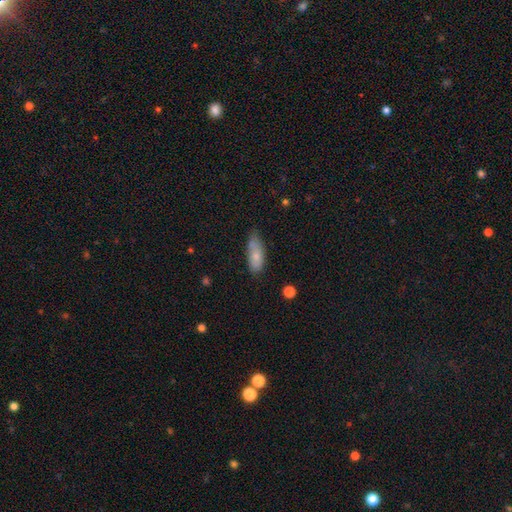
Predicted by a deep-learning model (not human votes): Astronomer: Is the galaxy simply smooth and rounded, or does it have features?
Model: smooth — 79%.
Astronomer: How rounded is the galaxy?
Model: in between — 71%.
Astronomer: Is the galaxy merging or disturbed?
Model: none — 57%.